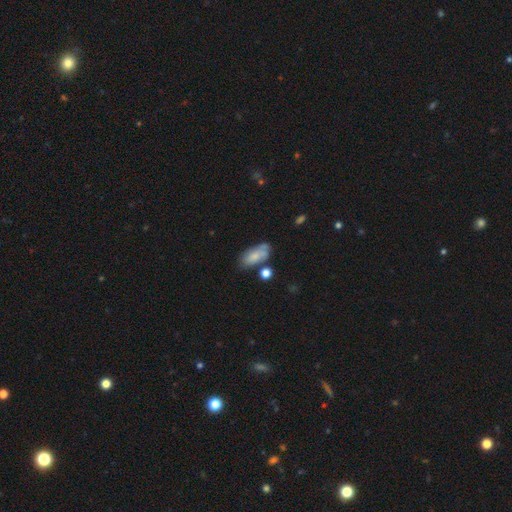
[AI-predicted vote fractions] Smooth or featured?
  - smooth: 71% *
  - featured or disk: 21%
  - star or artifact: 8%
How rounded?
  - in between: 87% *
  - cigar-shaped: 9%
  - round: 4%
Merging?
  - none: 50% *
  - minor disturbance: 26%
  - merger: 15%
  - major disturbance: 10%